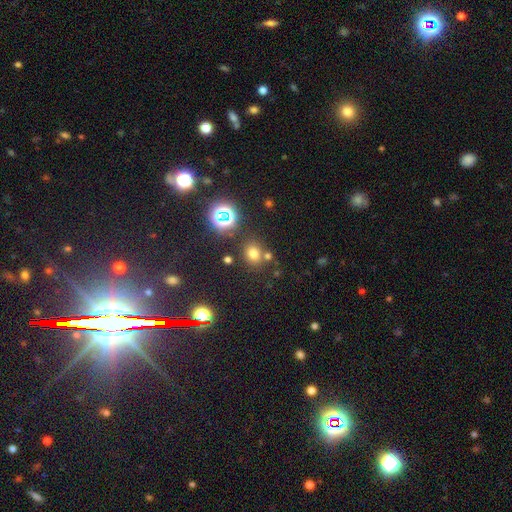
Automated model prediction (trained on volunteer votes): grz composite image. It shows a smooth galaxy with no disk features (64%) that is round (68%). Merging: none (75%).